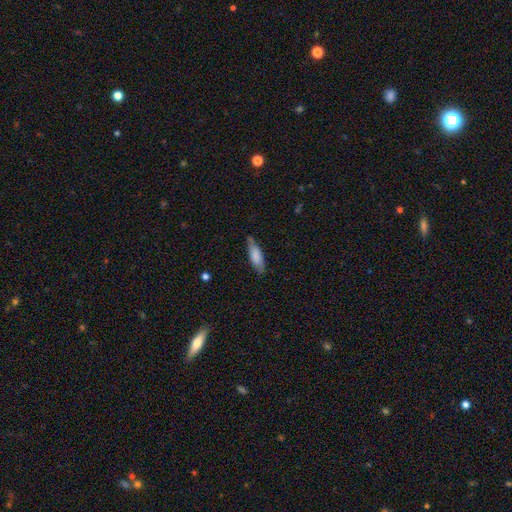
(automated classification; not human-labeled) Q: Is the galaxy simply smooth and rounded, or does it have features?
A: smooth — 76%.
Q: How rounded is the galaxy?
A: in between — 50%.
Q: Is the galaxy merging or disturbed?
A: none — 72%.